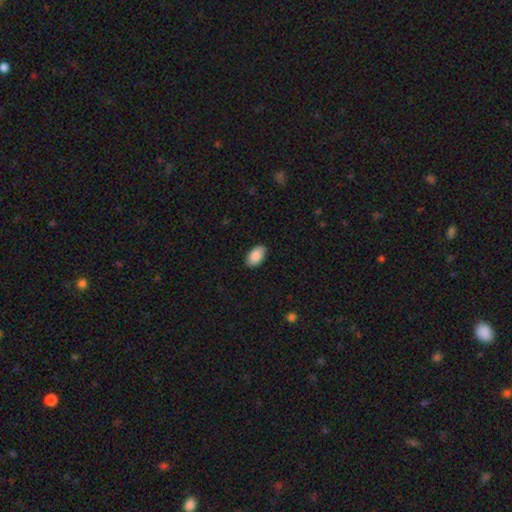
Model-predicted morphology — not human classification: This appears to be a smooth galaxy with no disk features (87%) that is in between round and cigar-shaped (94%). Merging: none (87%).